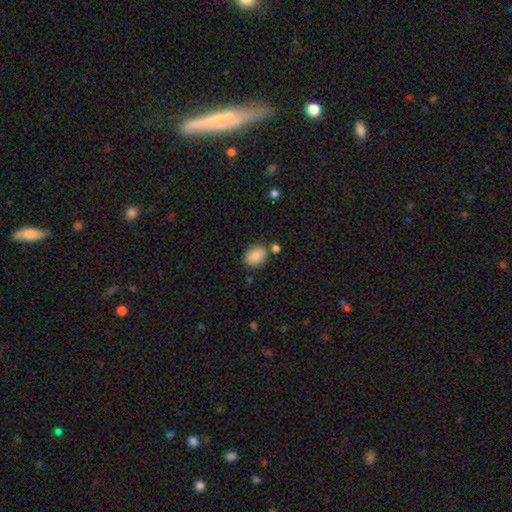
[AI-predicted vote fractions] smooth_or_featured: smooth (p=0.87) [alt: star or artifact p=0.08]
how_rounded: in between (p=0.65) [alt: round p=0.34]
merging: none (p=0.74) [alt: minor disturbance p=0.14]